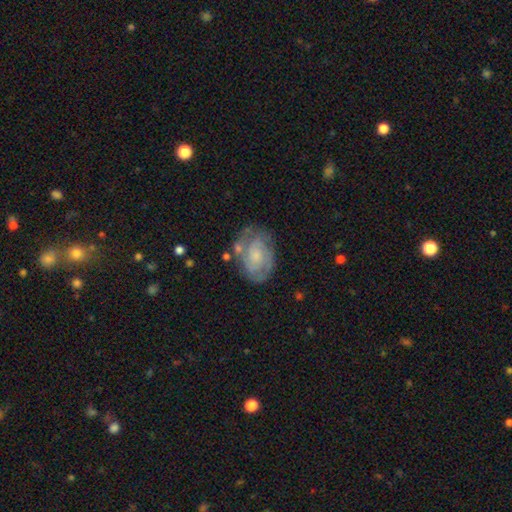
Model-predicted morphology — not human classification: Q: Smooth or featured?
A: featured or disk (71%); runner-up: smooth (23%)
Q: Edge-on disk?
A: no (97%); runner-up: yes (3%)
Q: Bar?
A: no (68%); runner-up: weak (28%)
Q: Spiral arms?
A: yes (86%); runner-up: no (14%)
Q: Spiral winding?
A: tight (51%); runner-up: medium (37%)
Q: Spiral arm count?
A: 2 (51%); runner-up: can't tell (27%)
Q: Bulge size?
A: small (55%); runner-up: moderate (29%)
Q: Merging?
A: none (66%); runner-up: minor disturbance (21%)